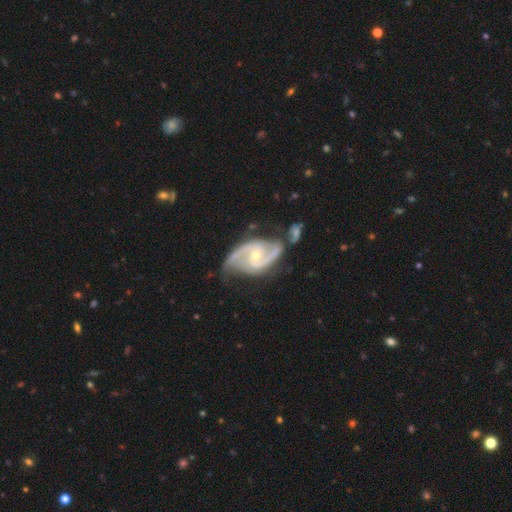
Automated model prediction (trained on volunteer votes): Smooth or featured?
  - featured or disk: 92% *
  - star or artifact: 4%
  - smooth: 4%
Edge-on disk?
  - no: 97% *
  - yes: 3%
Bar?
  - no: 50% *
  - weak: 36%
  - strong: 14%
Spiral arms?
  - yes: 98% *
  - no: 2%
Spiral winding?
  - medium: 55% *
  - tight: 28%
  - loose: 17%
Spiral arm count?
  - 2: 88% *
  - 3: 5%
  - can't tell: 3%
  - 1: 2%
  - 4: 1%
  - more than 4: 1%
Bulge size?
  - moderate: 49% * (tied)
  - small: 49% * (tied)
  - large: 1%
  - none: 1%
  - dominant: 1%
Merging?
  - none: 54% *
  - minor disturbance: 25%
  - merger: 11%
  - major disturbance: 10%